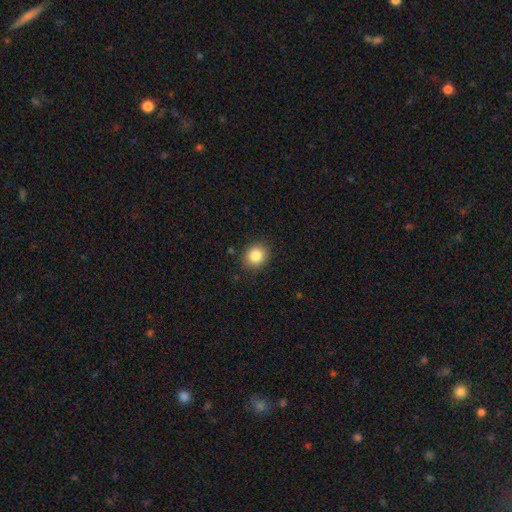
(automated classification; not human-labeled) A smooth galaxy with no disk features (85%) that is round (78%).

Vote fractions:
- Smooth or featured? smooth: 85% / star or artifact: 10% / featured or disk: 5%
- How rounded? round: 78% / in between: 21% / cigar-shaped: 1%
- Merging? none: 88% / minor disturbance: 9% / major disturbance: 2% / merger: 1%